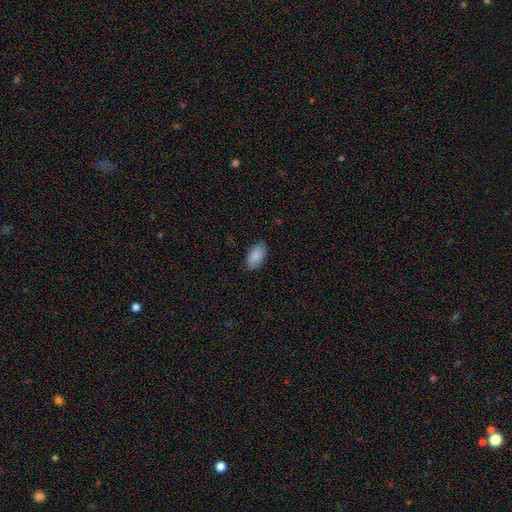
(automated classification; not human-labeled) smooth 89%, star or artifact 6%, featured or disk 5%. Down the decision tree: how rounded — in between (95%); merging — none (86%).